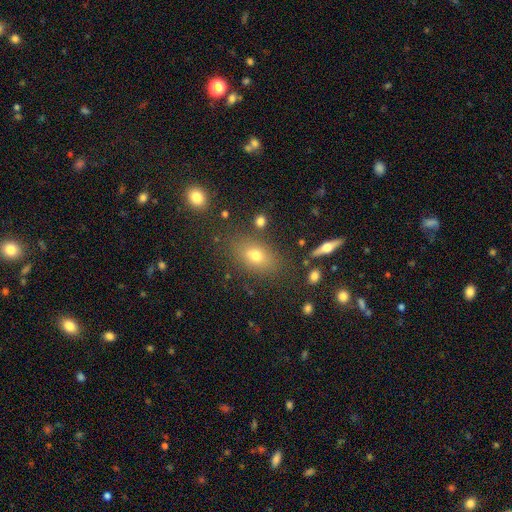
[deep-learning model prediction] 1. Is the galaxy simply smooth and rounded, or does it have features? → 65% smooth, 19% featured or disk, 16% star or artifact.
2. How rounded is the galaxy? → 76% in between, 18% round, 5% cigar-shaped.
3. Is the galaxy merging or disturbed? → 78% none, 12% minor disturbance, 5% merger, 4% major disturbance.